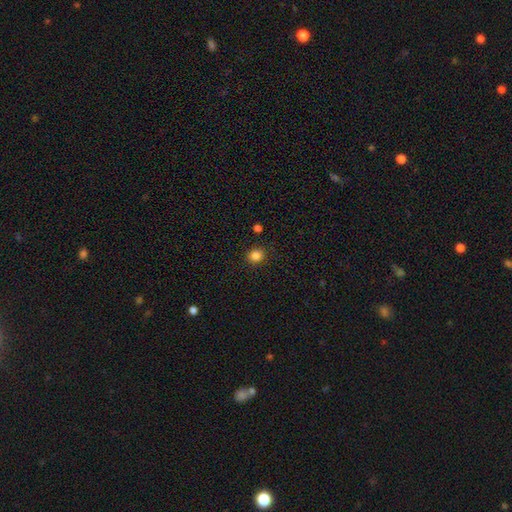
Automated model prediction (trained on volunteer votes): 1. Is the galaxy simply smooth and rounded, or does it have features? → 84% smooth, 12% star or artifact, 4% featured or disk.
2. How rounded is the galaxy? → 81% round, 18% in between, 1% cigar-shaped.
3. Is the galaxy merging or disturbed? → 89% none, 7% minor disturbance, 2% major disturbance, 2% merger.